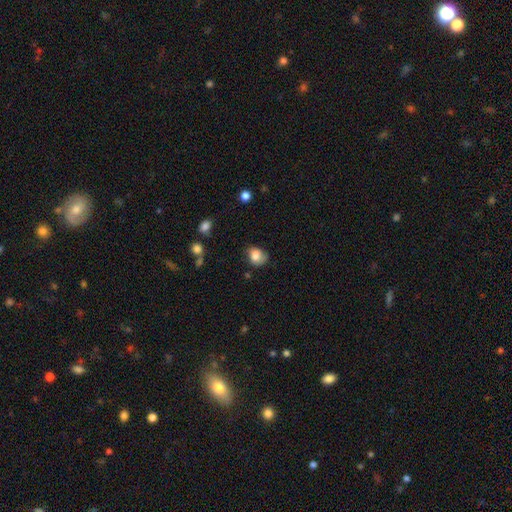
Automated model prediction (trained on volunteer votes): Morphology: type=smooth (80%); roundness=round (52%); merging=none (57%).